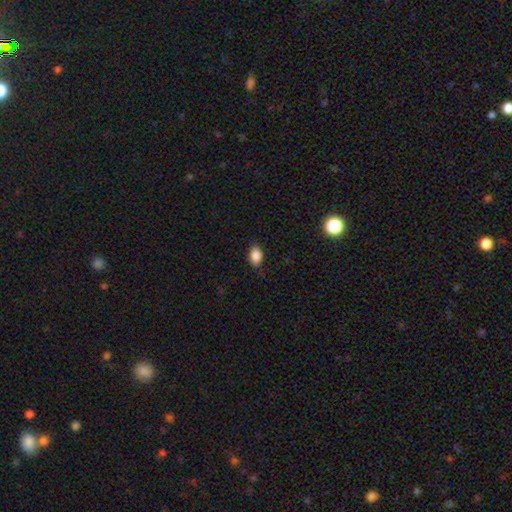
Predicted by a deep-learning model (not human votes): smooth-or-featured: smooth: 87% | star or artifact: 8% | featured or disk: 4%
  how-rounded: in between: 84% | round: 15% | cigar-shaped: 1%
  merging: none: 83% | minor disturbance: 13% | major disturbance: 3% | merger: 1%